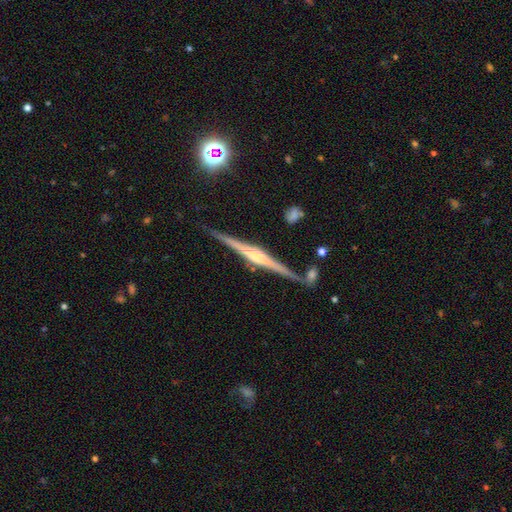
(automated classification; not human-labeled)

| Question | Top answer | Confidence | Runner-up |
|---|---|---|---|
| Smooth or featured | featured or disk | 84% | smooth (10%) |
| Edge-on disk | yes | 98% | no (2%) |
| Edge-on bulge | rounded | 65% | boxy (27%) |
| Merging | none | 85% | minor disturbance (9%) |